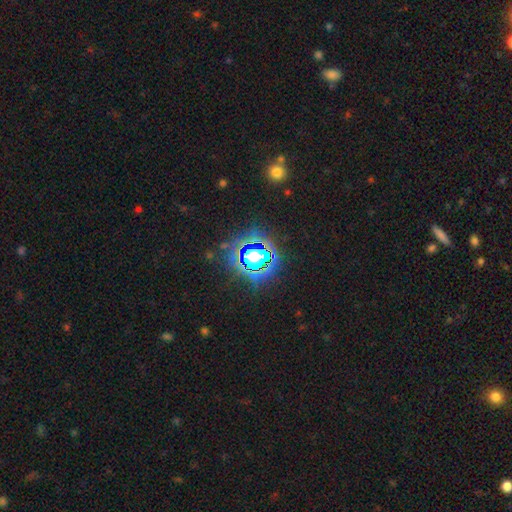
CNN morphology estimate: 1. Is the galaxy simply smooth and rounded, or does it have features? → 67% star or artifact, 22% smooth, 11% featured or disk.